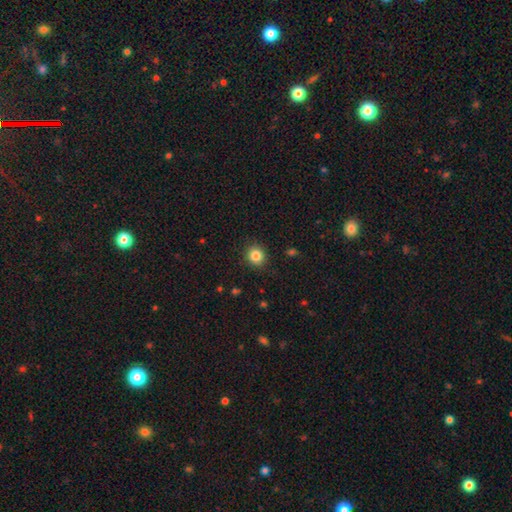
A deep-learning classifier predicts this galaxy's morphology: Smooth or featured: smooth — 85% (star or artifact — 11%)
How rounded: round — 87% (in between — 12%)
Merging: none — 90% (minor disturbance — 7%)